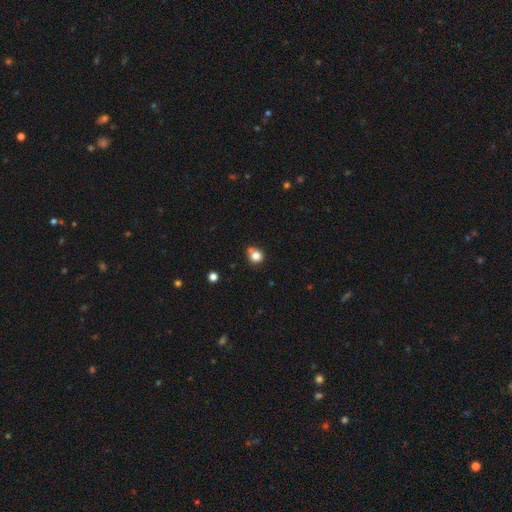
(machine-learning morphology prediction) smooth-or-featured: smooth: 81% | star or artifact: 13% | featured or disk: 6%
  how-rounded: round: 89% | in between: 10% | cigar-shaped: 1%
  merging: none: 71% | merger: 13% | minor disturbance: 13% | major disturbance: 4%